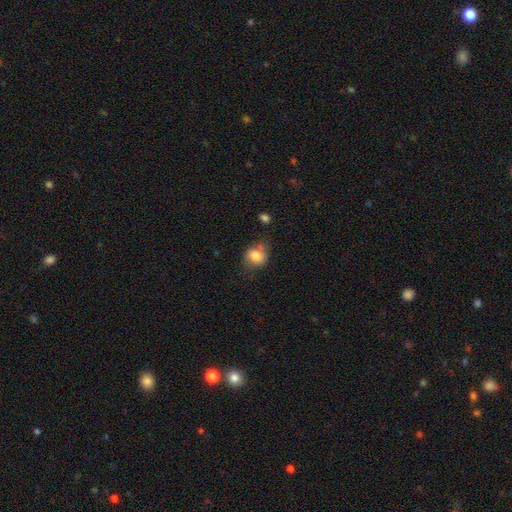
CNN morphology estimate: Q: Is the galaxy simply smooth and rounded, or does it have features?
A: smooth — 79%.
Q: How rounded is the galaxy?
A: round — 64%.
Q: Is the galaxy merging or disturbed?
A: none — 59%.